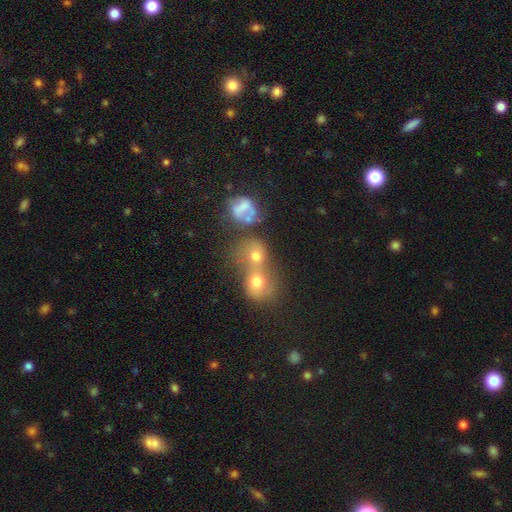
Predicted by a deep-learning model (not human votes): A smooth galaxy with no disk features (65%) that is round (72%).

Vote fractions:
- Smooth or featured? smooth: 65% / featured or disk: 18% / star or artifact: 17%
- How rounded? round: 72% / in between: 26% / cigar-shaped: 1%
- Merging? merger: 60% / none: 28% / minor disturbance: 7% / major disturbance: 6%